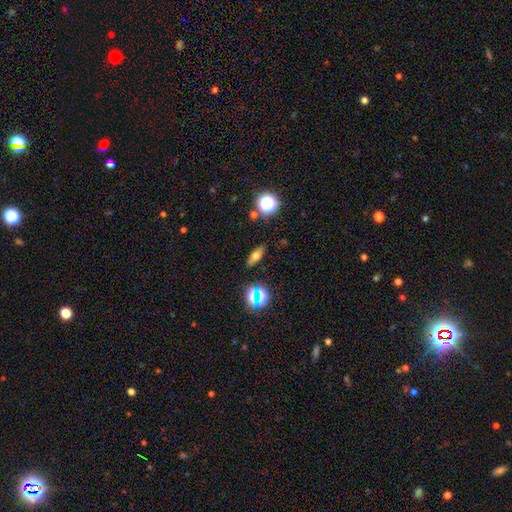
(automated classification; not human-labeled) A smooth galaxy with no disk features (61%) that is in between round and cigar-shaped (66%).

Vote fractions:
- Smooth or featured? smooth: 61% / featured or disk: 21% / star or artifact: 18%
- How rounded? in between: 66% / cigar-shaped: 24% / round: 11%
- Merging? none: 85% / minor disturbance: 10% / major disturbance: 3% / merger: 3%